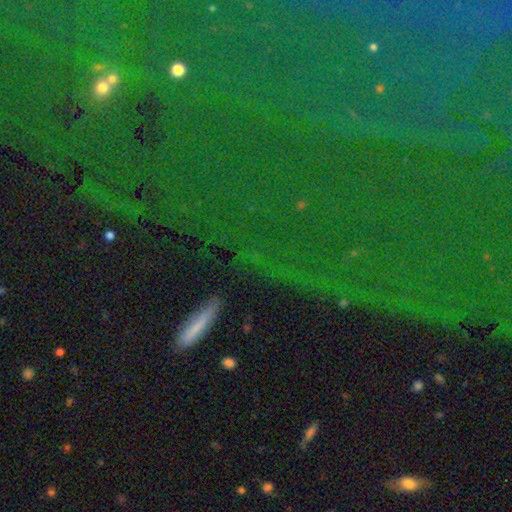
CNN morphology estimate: This appears to be a star or artifact, not a galaxy (49%).